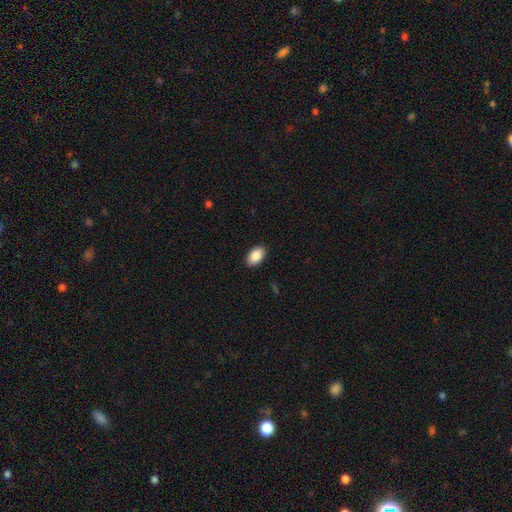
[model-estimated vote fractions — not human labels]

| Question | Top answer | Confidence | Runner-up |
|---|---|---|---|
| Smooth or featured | smooth | 90% | star or artifact (7%) |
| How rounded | in between | 93% | round (5%) |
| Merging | none | 90% | minor disturbance (7%) |